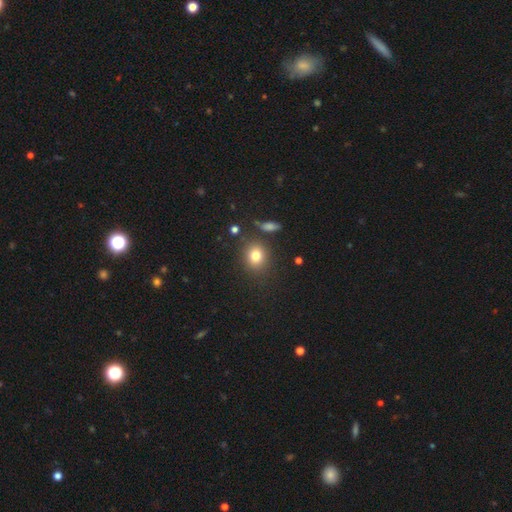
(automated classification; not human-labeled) Morphology: type=smooth (80%); roundness=round (71%); merging=none (82%).